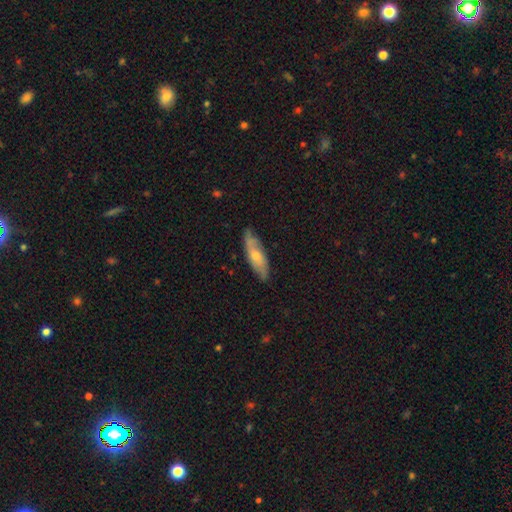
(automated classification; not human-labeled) Smooth or featured: smooth — 48% (featured or disk — 46%)
Merging: none — 81% (minor disturbance — 15%)